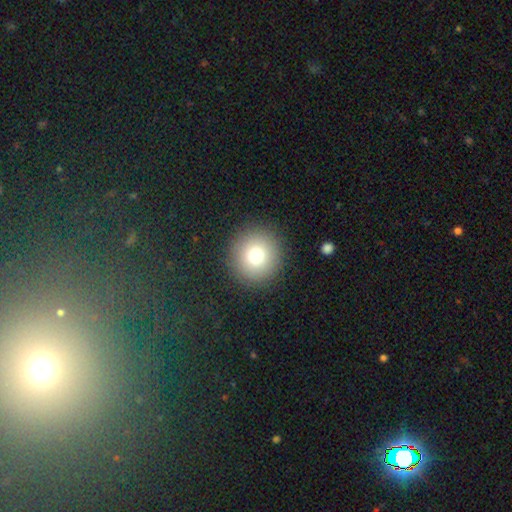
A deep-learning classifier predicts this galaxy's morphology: Overall: smooth (79%). How rounded: round (94%). Merging: none (91%).